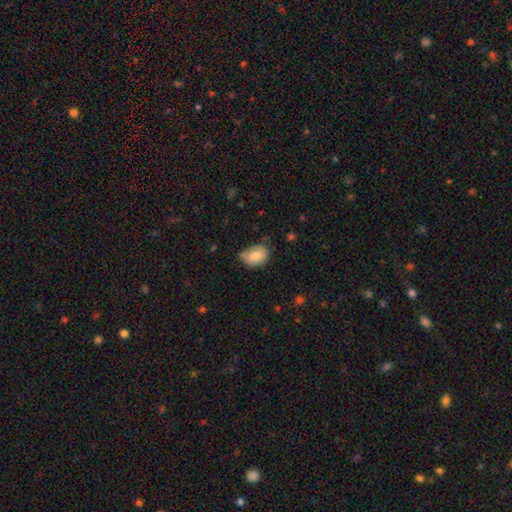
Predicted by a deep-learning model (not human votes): A smooth galaxy with no disk features (82%) that is in between round and cigar-shaped (73%). Merging: none (62%).